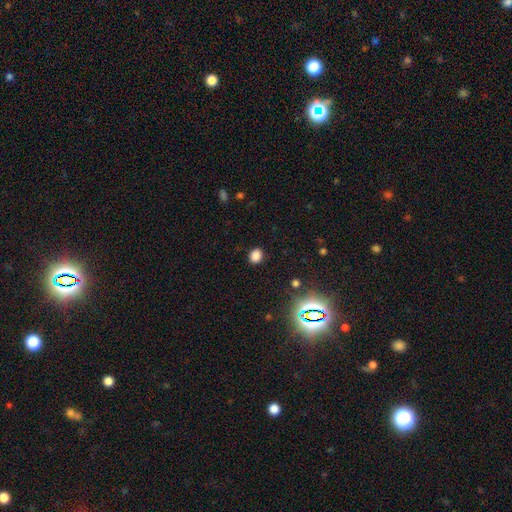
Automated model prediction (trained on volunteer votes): smooth_or_featured: smooth (p=0.80) [alt: star or artifact p=0.16]
how_rounded: round (p=0.52) [alt: in between p=0.47]
merging: none (p=0.88) [alt: minor disturbance p=0.08]